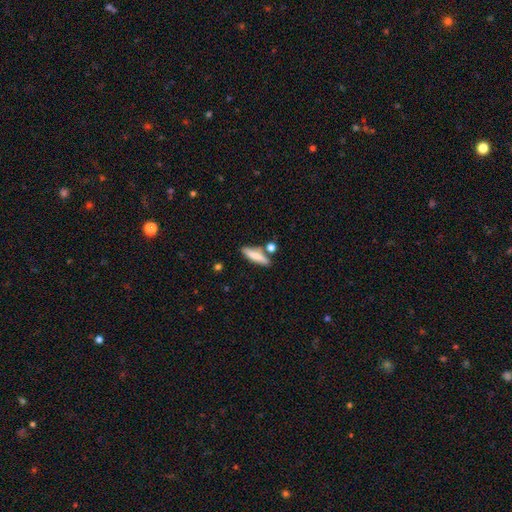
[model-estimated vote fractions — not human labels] This appears to be a smooth galaxy with no disk features (72%) that is cigar-shaped (65%). Merging: none (66%).